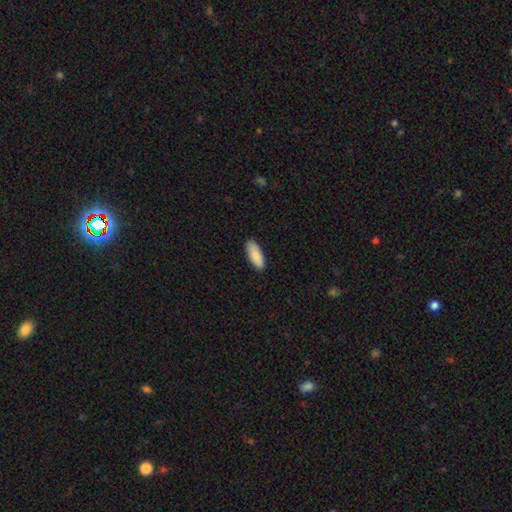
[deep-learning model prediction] Smooth or featured: smooth — 89% (star or artifact — 6%)
How rounded: in between — 72% (cigar-shaped — 27%)
Merging: none — 88% (minor disturbance — 9%)